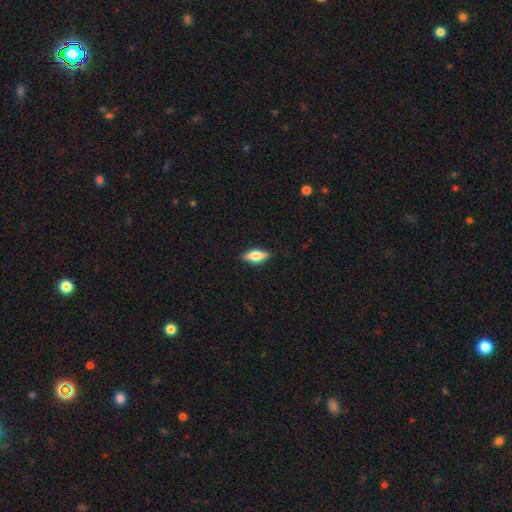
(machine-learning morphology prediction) A smooth galaxy with no disk features (57%) that is in between round and cigar-shaped (70%). Merging: none (88%).